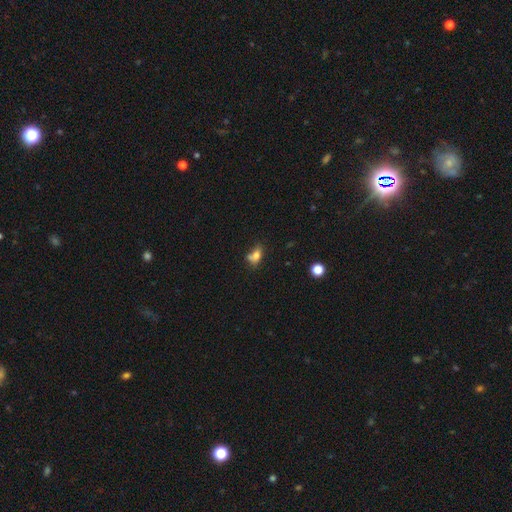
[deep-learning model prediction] Overall: smooth (73%). How rounded: in between (73%). Merging: none (38%; merger 34%).